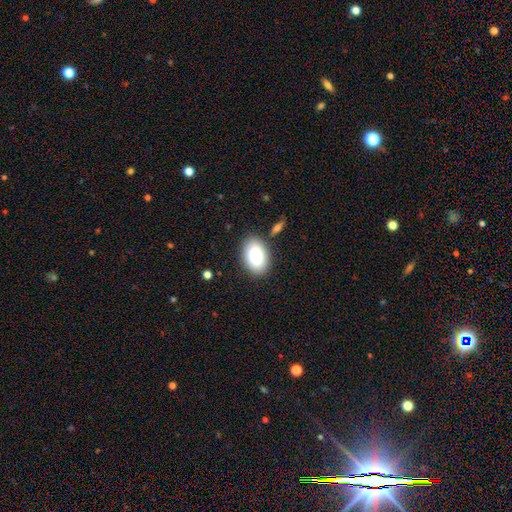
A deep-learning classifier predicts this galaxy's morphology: A smooth galaxy with no disk features (80%) that is in between round and cigar-shaped (85%). Merging: none (85%).